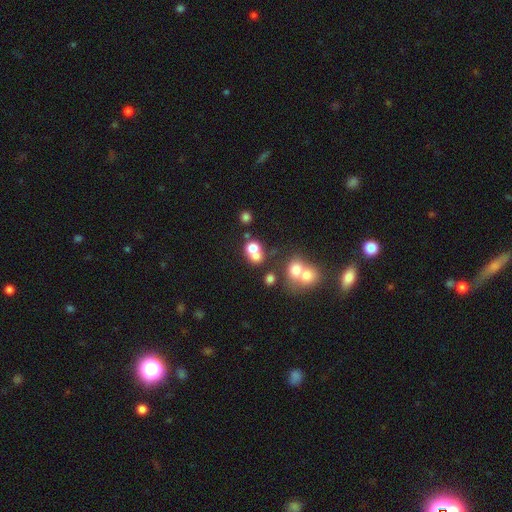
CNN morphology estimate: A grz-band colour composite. It shows a smooth galaxy with no disk features (68%) that is round (70%). Merging: merger (52%).